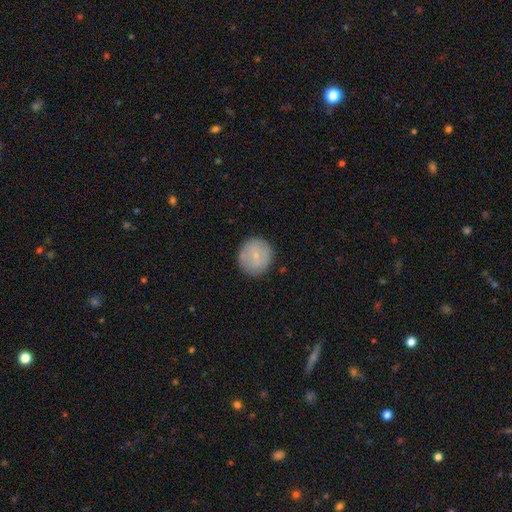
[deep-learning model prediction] Morphology: type=smooth (67%); roundness=round (92%); merging=none (86%).